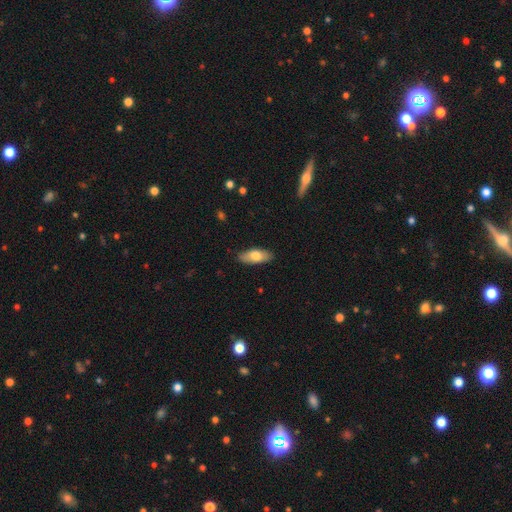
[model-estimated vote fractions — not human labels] smooth-or-featured: smooth: 73% | featured or disk: 22% | star or artifact: 6%
  how-rounded: in between: 82% | cigar-shaped: 16% | round: 2%
  merging: none: 86% | minor disturbance: 11% | major disturbance: 2% | merger: 1%